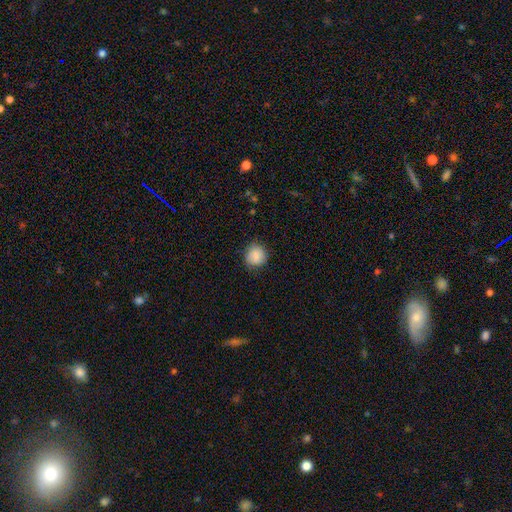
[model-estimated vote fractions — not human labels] Overall: smooth (87%). How rounded: round (86%). Merging: none (79%).